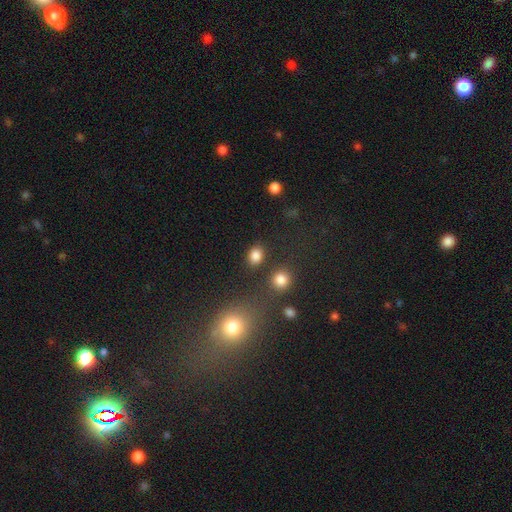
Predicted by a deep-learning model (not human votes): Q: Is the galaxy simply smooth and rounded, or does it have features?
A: smooth — 84%.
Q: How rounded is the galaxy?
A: in between — 51%.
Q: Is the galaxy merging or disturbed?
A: none — 81%.